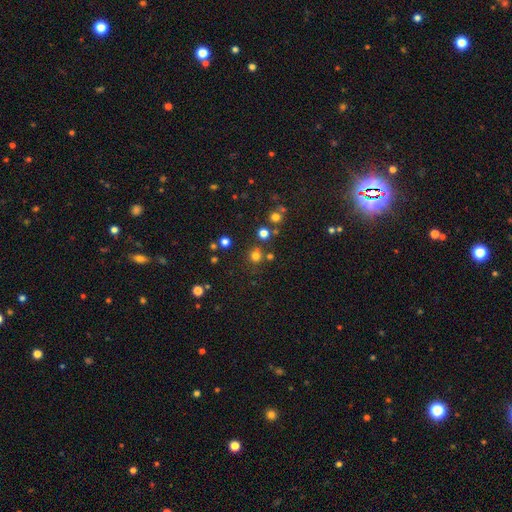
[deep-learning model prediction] Smooth or featured: smooth — 72% (star or artifact — 22%)
How rounded: round — 90% (in between — 9%)
Merging: none — 77% (merger — 10%)